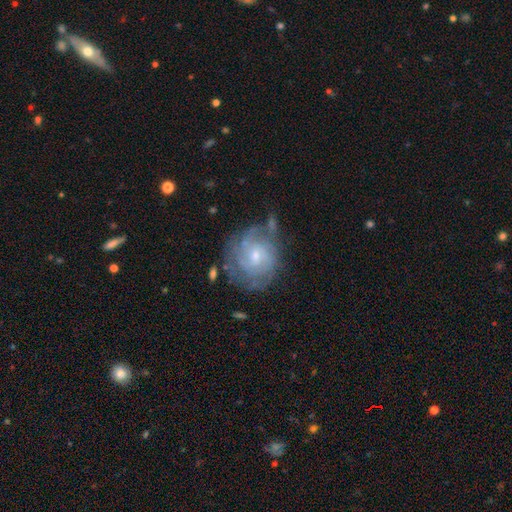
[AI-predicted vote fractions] featured or disk 71%, smooth 21%, star or artifact 8%. Down the decision tree: edge-on disk — no (97%); bar — no (59%); spiral arms — yes (84%); spiral arm count — can't tell (50%); spiral winding — tight (62%); bulge size — small (61%); merging — none (60%).